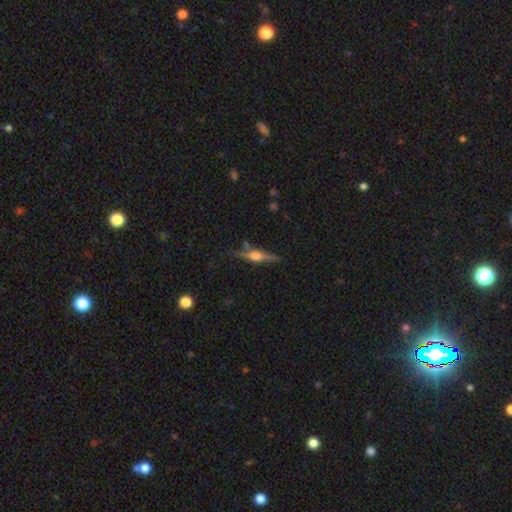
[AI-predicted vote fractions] A featured or disk galaxy (73%) viewed edge-on (97%) with a rounded central bulge (90%).

Vote fractions:
- Smooth or featured? featured or disk: 73% / smooth: 21% / star or artifact: 7%
- Edge-on disk? yes: 97% / no: 3%
- Edge-on bulge? rounded: 90% / boxy: 8% / none: 3%
- Merging? none: 78% / minor disturbance: 14% / merger: 4% / major disturbance: 4%